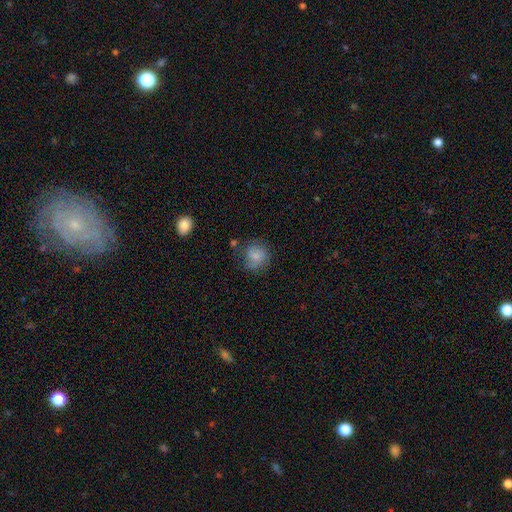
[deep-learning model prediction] Smooth or featured: smooth — 71% (featured or disk — 19%)
How rounded: round — 82% (in between — 17%)
Merging: none — 60% (minor disturbance — 24%)